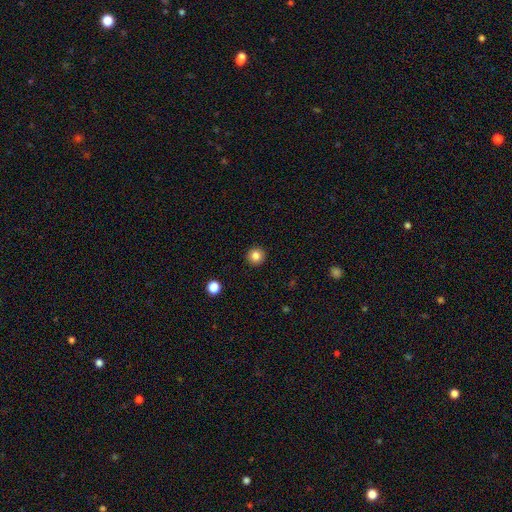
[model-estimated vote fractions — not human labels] Smooth or featured? smooth (84%)
How rounded? round (95%)
Merging? none (93%)